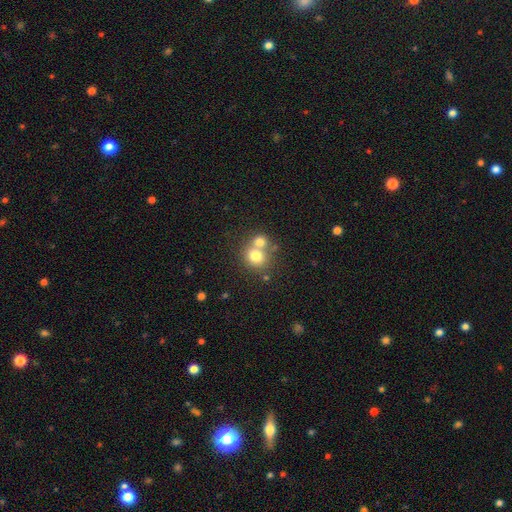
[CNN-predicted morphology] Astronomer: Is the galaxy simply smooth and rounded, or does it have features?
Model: smooth — 74%.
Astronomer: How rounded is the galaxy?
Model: round — 78%.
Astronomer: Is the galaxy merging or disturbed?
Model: merger — 52% (runner-up: none, 39%).